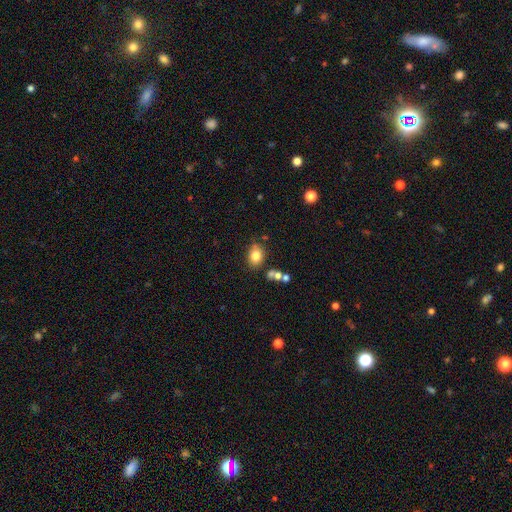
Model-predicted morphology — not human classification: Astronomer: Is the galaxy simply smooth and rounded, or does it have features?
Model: smooth — 79%.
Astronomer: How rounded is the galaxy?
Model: in between — 61% (runner-up: round, 38%).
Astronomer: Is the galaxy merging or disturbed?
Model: none — 71%.